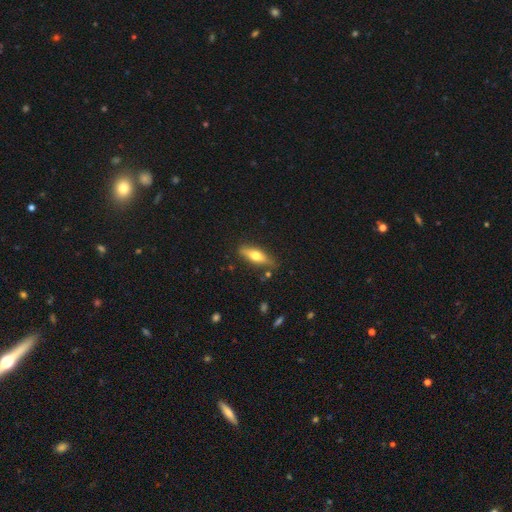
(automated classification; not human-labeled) Q: Smooth or featured?
A: smooth (54%); runner-up: featured or disk (40%)
Q: How rounded?
A: cigar-shaped (55%); runner-up: in between (42%)
Q: Merging?
A: none (80%); runner-up: minor disturbance (14%)